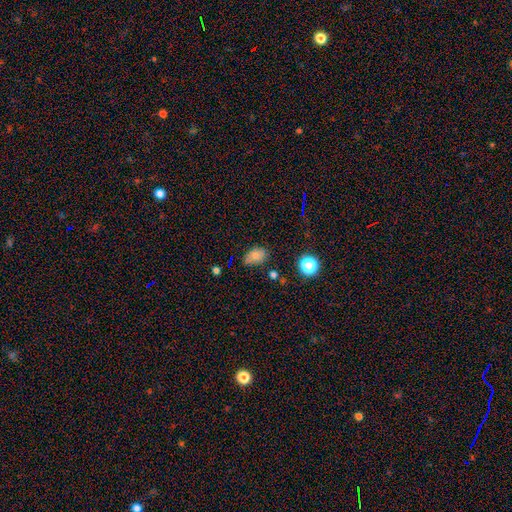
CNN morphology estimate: This appears to be a smooth galaxy with no disk features (77%) that is in between round and cigar-shaped (81%). Merging: none (58%).